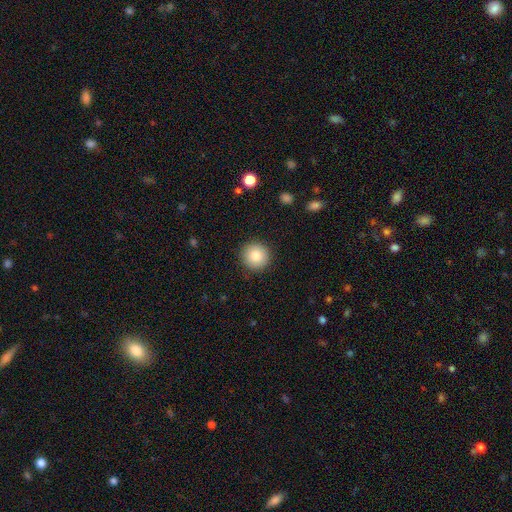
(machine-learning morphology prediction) Q: Smooth or featured?
A: smooth (83%); runner-up: star or artifact (9%)
Q: How rounded?
A: round (95%); runner-up: in between (4%)
Q: Merging?
A: none (91%); runner-up: minor disturbance (6%)